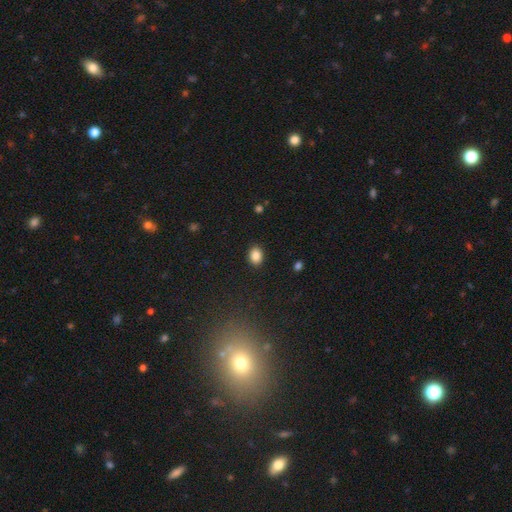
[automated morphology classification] Smooth or featured? smooth (87%)
How rounded? in between (60%)
Merging? none (89%)